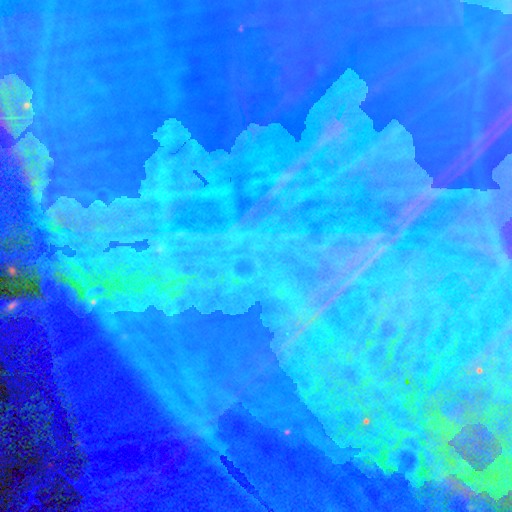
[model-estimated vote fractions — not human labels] smooth-or-featured: star or artifact: 84% | featured or disk: 10% | smooth: 7%